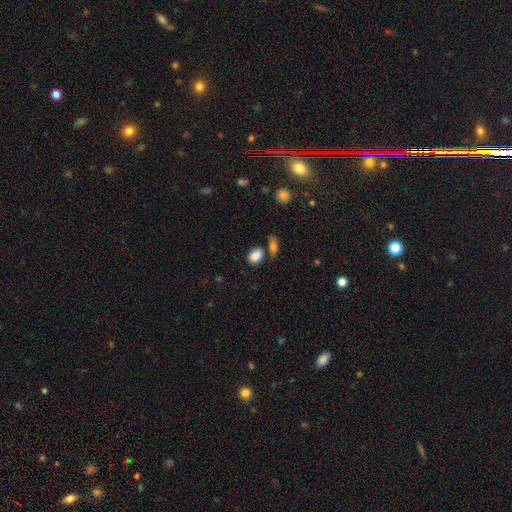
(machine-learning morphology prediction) Smooth or featured: smooth — 86% (star or artifact — 9%)
How rounded: in between — 74% (round — 24%)
Merging: none — 67% (minor disturbance — 15%)